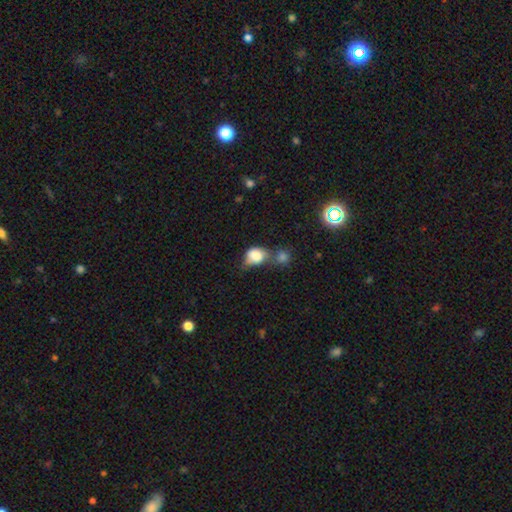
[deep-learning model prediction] smooth_or_featured: smooth (p=0.78) [alt: featured or disk p=0.12]
how_rounded: in between (p=0.54) [alt: round p=0.45]
merging: merger (p=0.46) [alt: none p=0.22]